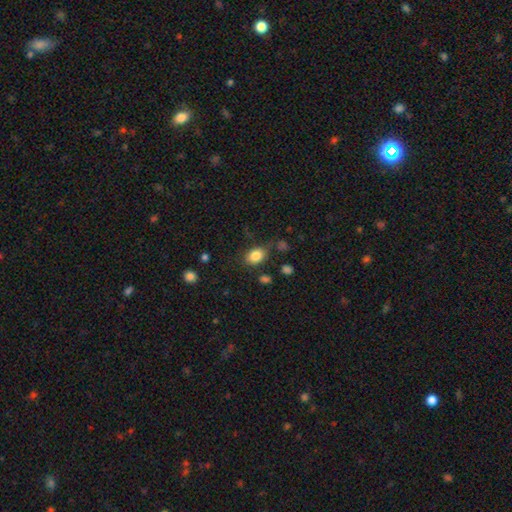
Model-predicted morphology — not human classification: This appears to be a smooth galaxy with no disk features (84%) that is in between round and cigar-shaped (70%). Merging: none (74%).